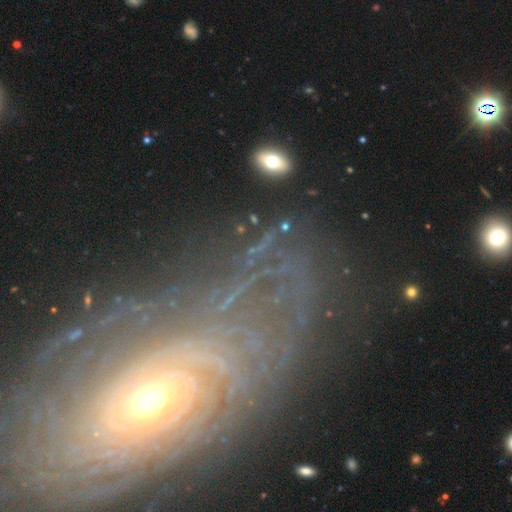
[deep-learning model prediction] The model was most divided on "spiral arm count": can't tell: 36%, more than 4: 21%, 4: 12%, 3: 11%, 2: 11%, 1: 8%. More confident: edge-on disk — no (94%); spiral arms — yes (91%); spiral winding — tight (82%); smooth or featured — featured or disk (82%); merging — none (74%); bar — no (61%); bulge size — moderate (54%).